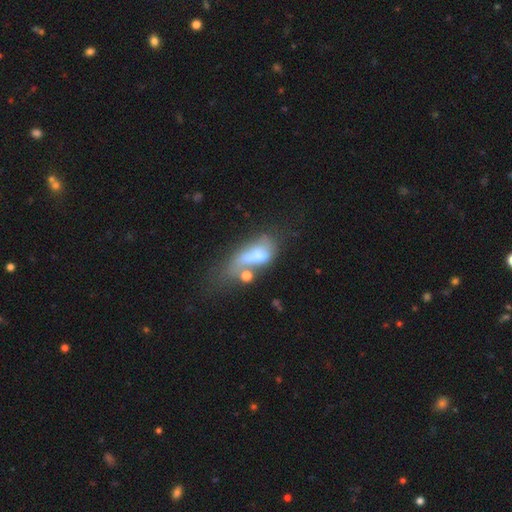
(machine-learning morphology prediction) The model was most divided on "merging" (2-way tie): merger: 36%, major disturbance: 36%, none: 14%, minor disturbance: 13%. Remaining: smooth or featured — smooth (49%).